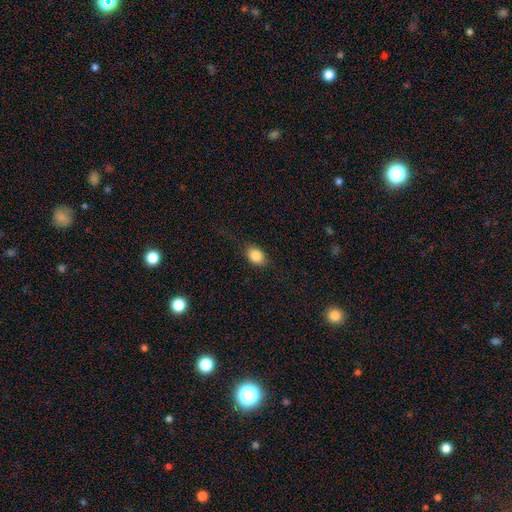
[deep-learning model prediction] This appears to be a smooth galaxy with no disk features (85%) that is in between round and cigar-shaped (67%). Merging: none (79%).